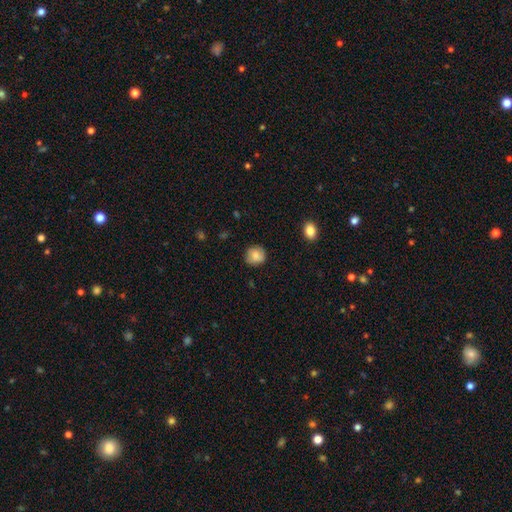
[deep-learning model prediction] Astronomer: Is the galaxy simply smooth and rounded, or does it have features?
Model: smooth — 83%.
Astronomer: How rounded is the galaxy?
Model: round — 86%.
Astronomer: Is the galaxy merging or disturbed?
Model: none — 85%.